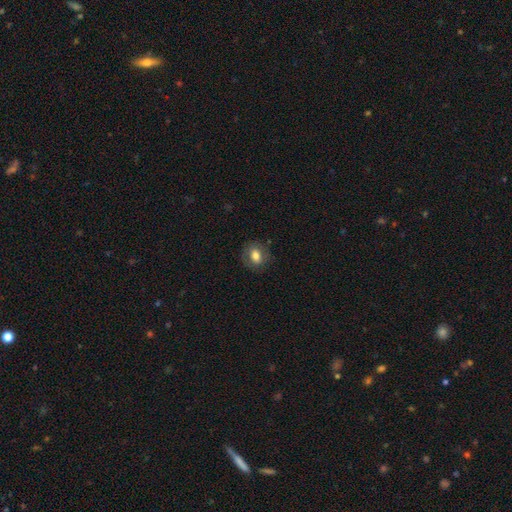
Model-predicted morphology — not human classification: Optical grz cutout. It shows a smooth galaxy with no disk features (74%) that is in between round and cigar-shaped (50%). Merging: none (81%).